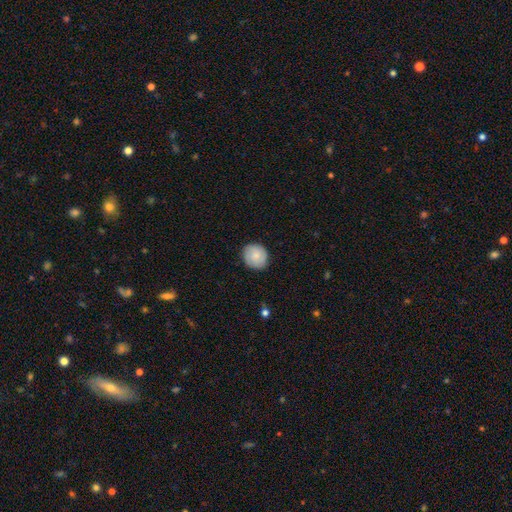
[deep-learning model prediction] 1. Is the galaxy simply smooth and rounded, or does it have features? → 78% smooth, 15% featured or disk, 7% star or artifact.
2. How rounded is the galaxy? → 82% round, 17% in between, 1% cigar-shaped.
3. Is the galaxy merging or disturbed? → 86% none, 11% minor disturbance, 2% major disturbance, 1% merger.